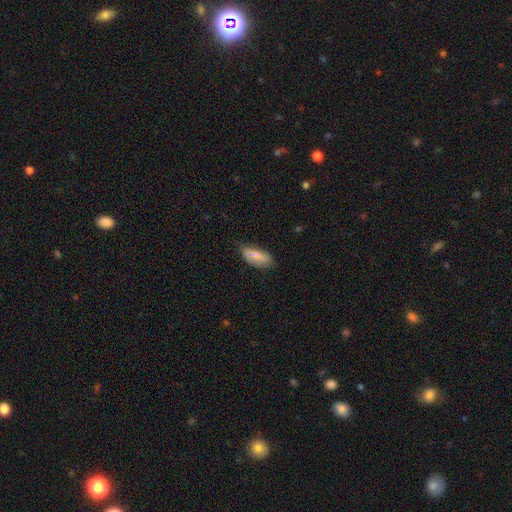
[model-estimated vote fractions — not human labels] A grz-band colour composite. It shows a smooth galaxy with no disk features (70%) that is in between round and cigar-shaped (83%). Merging: none (63%).